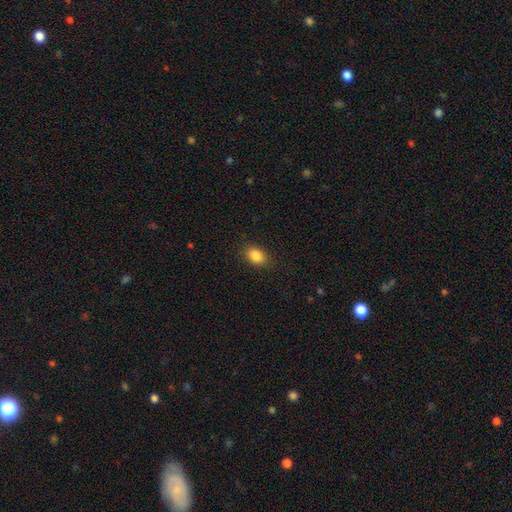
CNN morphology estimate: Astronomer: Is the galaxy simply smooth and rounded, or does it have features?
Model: smooth — 86%.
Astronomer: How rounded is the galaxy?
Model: in between — 77%.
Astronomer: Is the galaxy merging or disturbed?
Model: none — 88%.